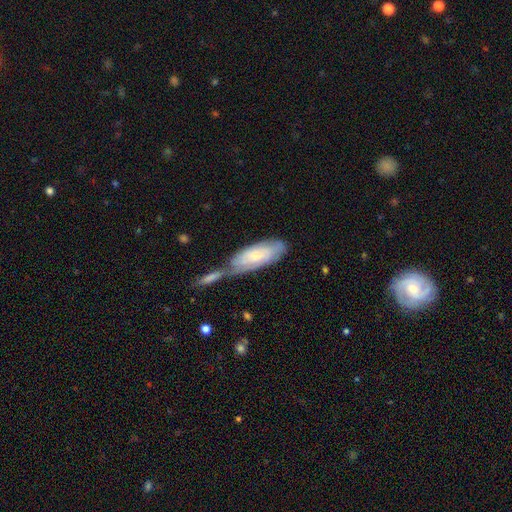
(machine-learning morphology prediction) Q: Smooth or featured?
A: smooth (56%); runner-up: featured or disk (38%)
Q: How rounded?
A: in between (72%); runner-up: cigar-shaped (27%)
Q: Merging?
A: merger (43%); runner-up: none (33%)